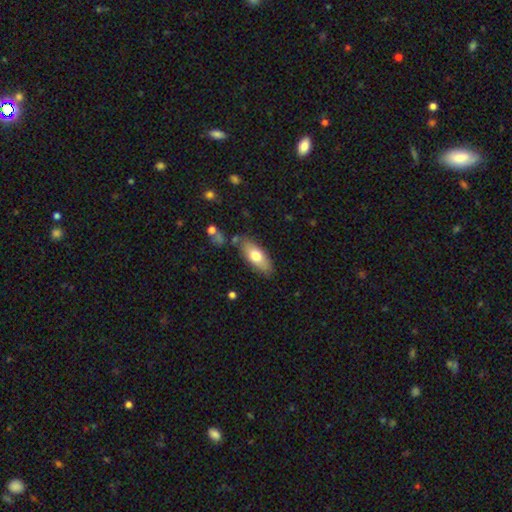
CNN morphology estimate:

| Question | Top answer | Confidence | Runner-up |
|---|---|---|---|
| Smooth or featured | smooth | 68% | featured or disk (26%) |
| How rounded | in between | 77% | cigar-shaped (20%) |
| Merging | none | 78% | minor disturbance (15%) |